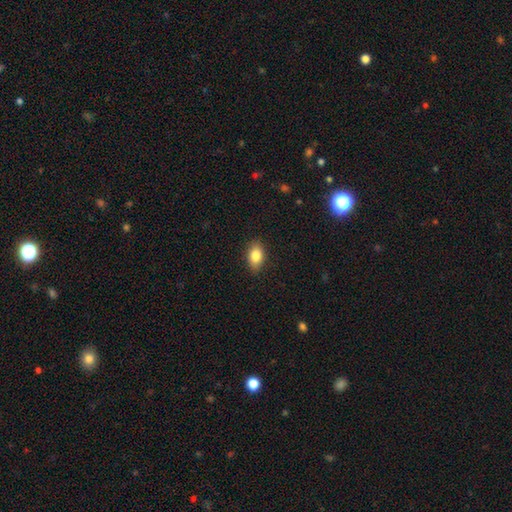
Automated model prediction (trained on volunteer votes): Smooth or featured? Predicted: smooth (p=0.84). How rounded? Predicted: in between (p=0.86). Merging? Predicted: none (p=0.87).